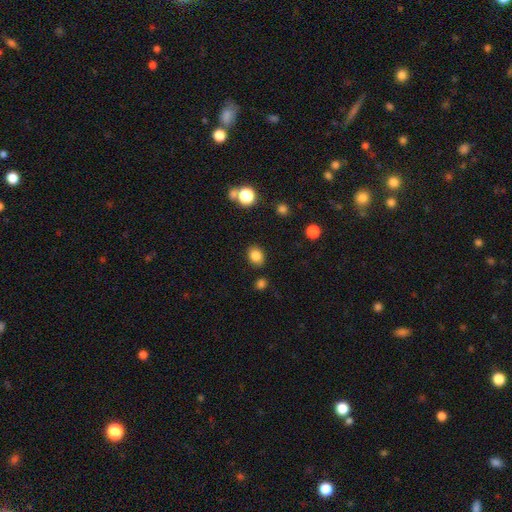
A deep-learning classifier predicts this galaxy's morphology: A smooth galaxy with no disk features (84%) that is in between round and cigar-shaped (55%). Merging: none (83%).